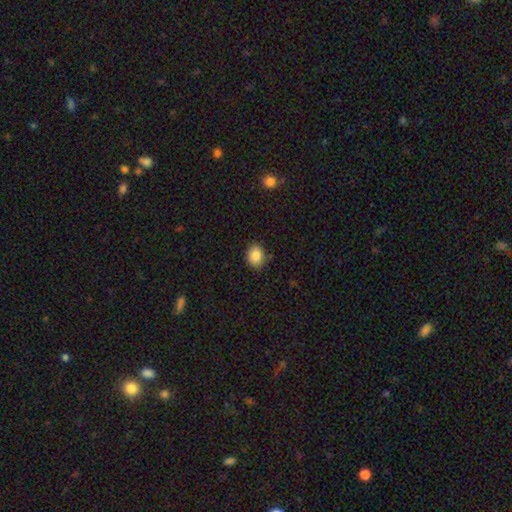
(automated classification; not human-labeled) smooth_or_featured: smooth (p=0.87) [alt: star or artifact p=0.08]
how_rounded: in between (p=0.53) [alt: round p=0.46]
merging: none (p=0.84) [alt: minor disturbance p=0.12]